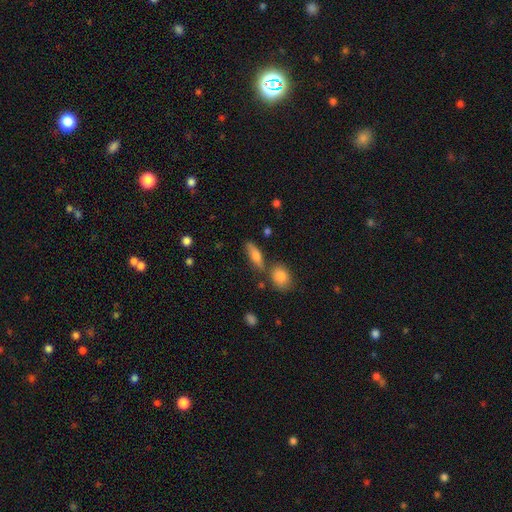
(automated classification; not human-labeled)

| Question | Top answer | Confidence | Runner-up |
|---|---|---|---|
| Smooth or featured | smooth | 66% | featured or disk (26%) |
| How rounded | in between | 55% | cigar-shaped (40%) |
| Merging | none | 66% | merger (15%) |